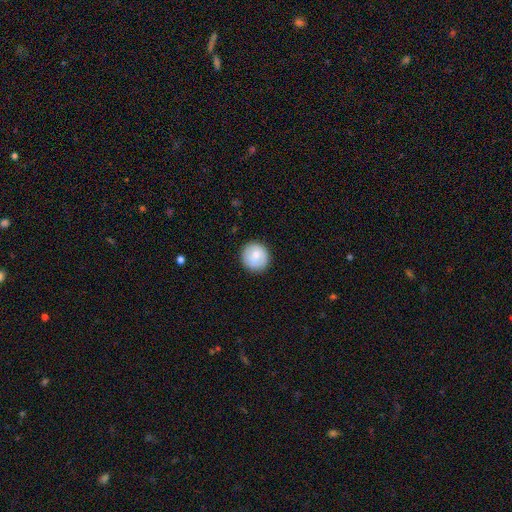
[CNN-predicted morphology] The model was most divided on "smooth or featured": smooth: 79%, featured or disk: 14%, star or artifact: 7%. More confident: how rounded — round (92%); merging — none (90%).